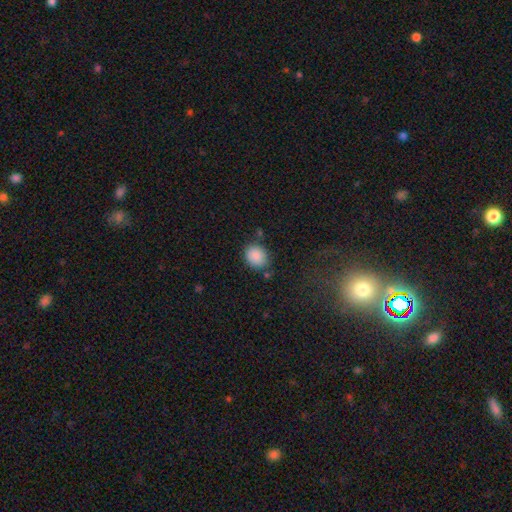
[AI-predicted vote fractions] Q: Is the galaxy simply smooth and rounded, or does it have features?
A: smooth — 87%.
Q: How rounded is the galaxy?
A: round — 59%.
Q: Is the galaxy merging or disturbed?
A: none — 75%.